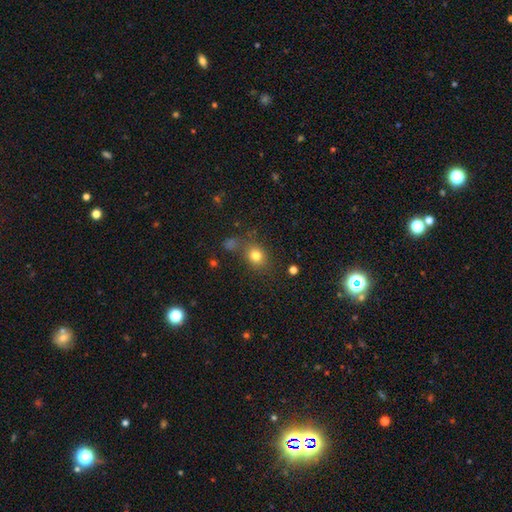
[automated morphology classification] Smooth or featured?
  - smooth: 77% *
  - star or artifact: 14%
  - featured or disk: 8%
How rounded?
  - round: 67% *
  - in between: 31%
  - cigar-shaped: 1%
Merging?
  - none: 72% *
  - minor disturbance: 13%
  - merger: 9%
  - major disturbance: 6%